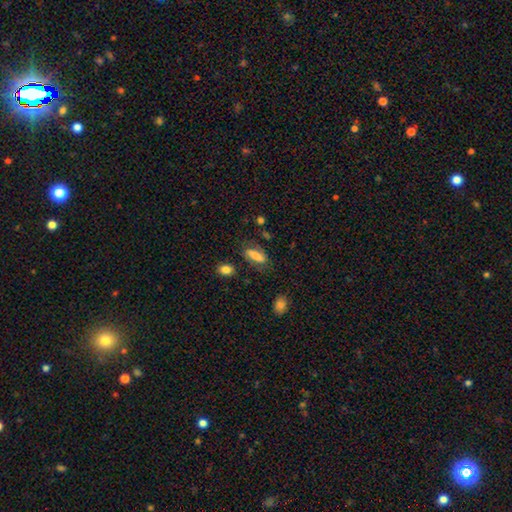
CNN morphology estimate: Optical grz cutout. It shows a smooth galaxy with no disk features (72%) that is in between round and cigar-shaped (73%). Merging: none (67%).